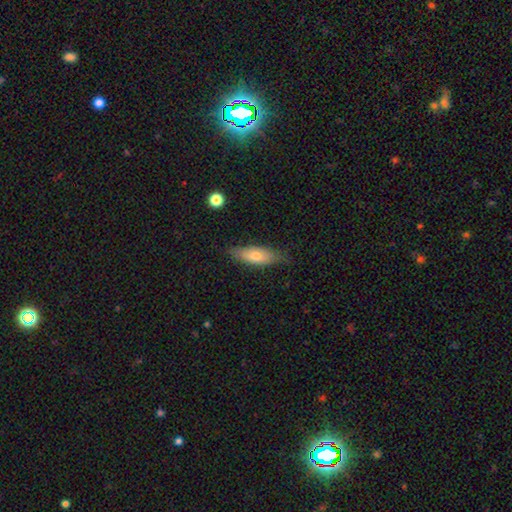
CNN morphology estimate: This is likely a smooth galaxy (69%). How rounded: possibly in between (57%). Merging: likely none (76%).